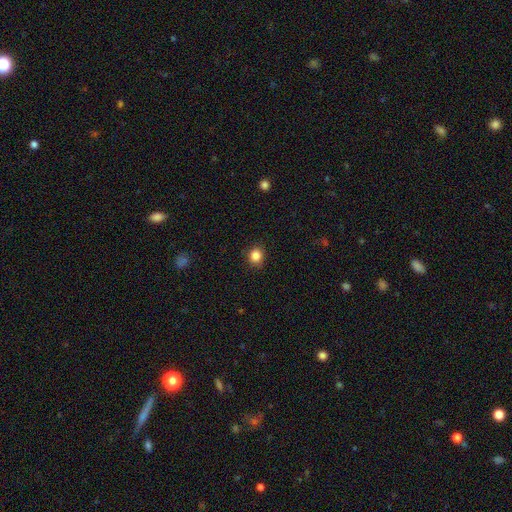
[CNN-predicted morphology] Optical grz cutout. It shows a smooth galaxy with no disk features (85%) that is round (81%). Merging: none (88%).